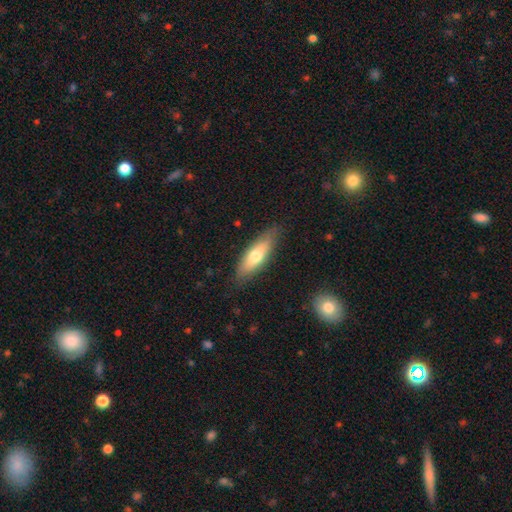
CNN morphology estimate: Smooth or featured: smooth — 64% (featured or disk — 30%)
How rounded: in between — 53% (cigar-shaped — 45%)
Merging: none — 83% (minor disturbance — 13%)